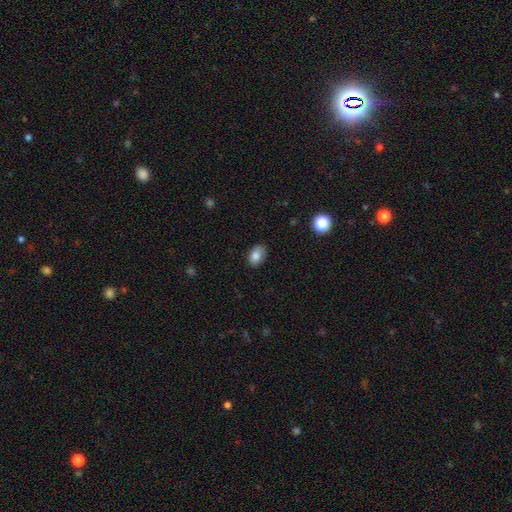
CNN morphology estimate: Smooth or featured? Predicted: smooth (p=0.84). How rounded? Predicted: in between (p=0.85). Merging? Predicted: none (p=0.75).